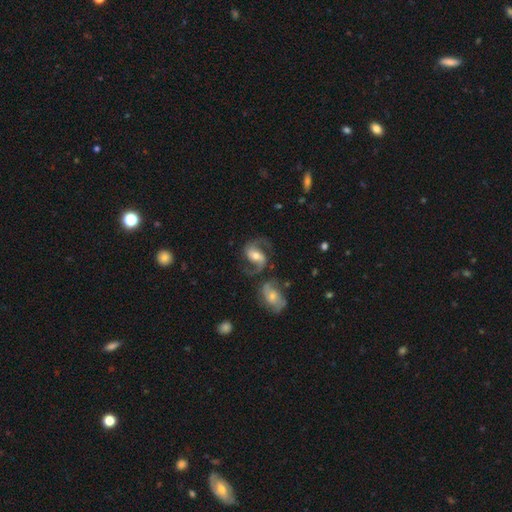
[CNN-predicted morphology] The model was most divided on "bar": weak: 41%, strong: 33%, no: 26%. More confident: edge-on disk — no (97%); spiral arms — yes (96%); spiral arm count — 2 (92%); smooth or featured — featured or disk (85%); bulge size — moderate (64%); merging — none (62%); spiral winding — medium (52%).